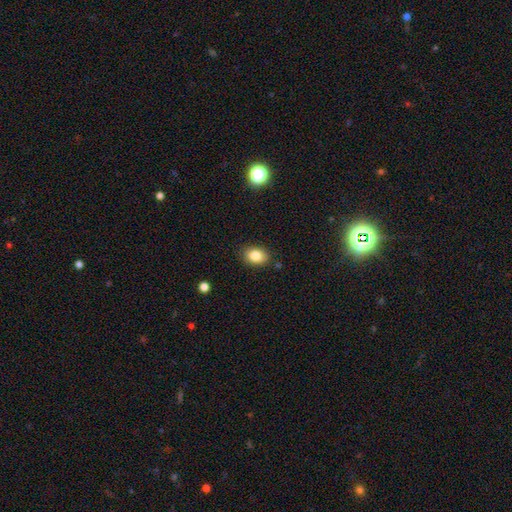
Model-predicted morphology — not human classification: smooth-or-featured: smooth: 84% | star or artifact: 9% | featured or disk: 7%
  how-rounded: in between: 76% | round: 23% | cigar-shaped: 1%
  merging: none: 85% | minor disturbance: 11% | major disturbance: 3% | merger: 2%